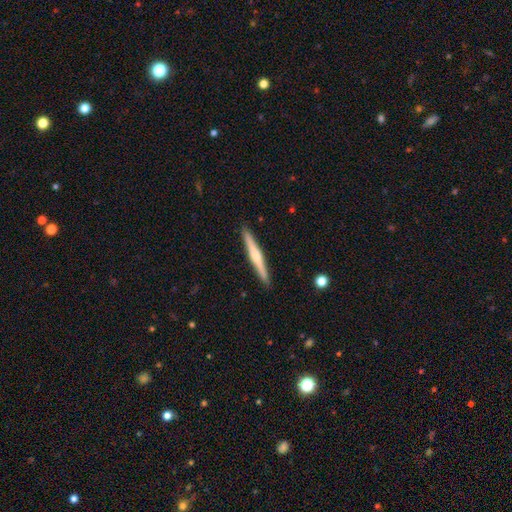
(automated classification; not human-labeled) Smooth or featured? featured or disk (56%)
Edge-on disk? yes (98%)
Edge-on bulge? rounded (60%)
Merging? none (91%)